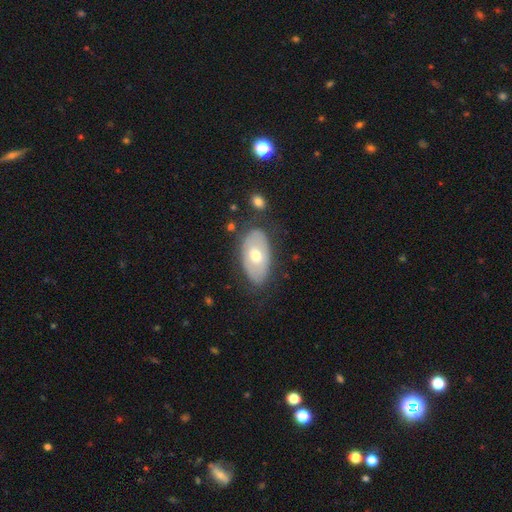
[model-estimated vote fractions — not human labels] Smooth or featured? smooth (51%)
How rounded? in between (93%)
Merging? none (74%)